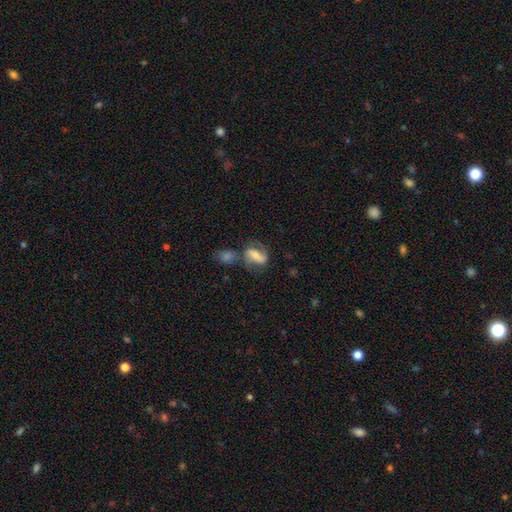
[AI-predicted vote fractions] The model was most divided on "bulge size": moderate: 40%, small: 35%, large: 12%, none: 11%, dominant: 2%. Remaining: edge-on disk — no (95%); spiral arms — yes (87%); spiral arm count — 2 (81%); smooth or featured — featured or disk (61%); merging — none (46%); spiral winding — medium (45%); bar — strong (45%).